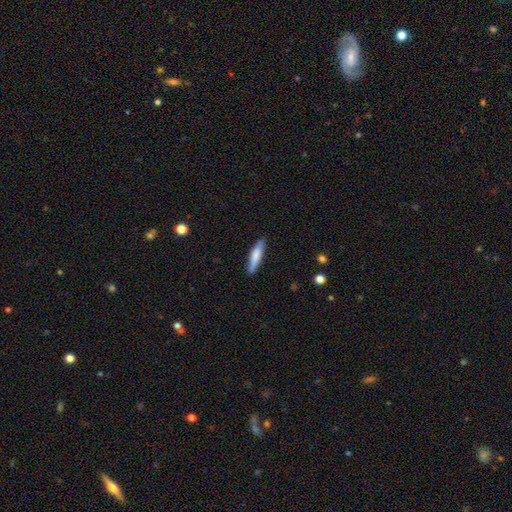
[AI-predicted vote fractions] Smooth or featured: smooth — 74% (featured or disk — 21%)
How rounded: cigar-shaped — 81% (in between — 17%)
Merging: none — 85% (minor disturbance — 11%)